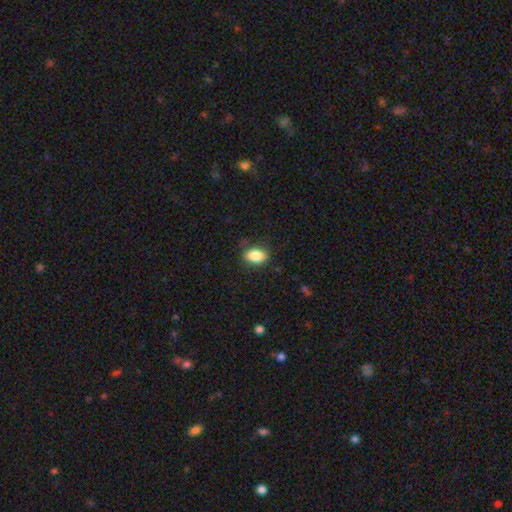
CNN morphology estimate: type=smooth (85%); roundness=in between (87%); merging=none (78%).